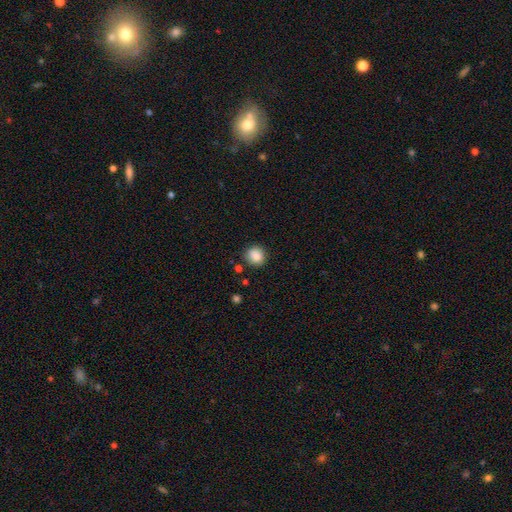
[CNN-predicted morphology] A smooth galaxy with no disk features (86%) that is round (87%).

Vote fractions:
- Smooth or featured? smooth: 86% / star or artifact: 9% / featured or disk: 5%
- How rounded? round: 87% / in between: 12% / cigar-shaped: 1%
- Merging? none: 87% / minor disturbance: 9% / merger: 2% / major disturbance: 2%